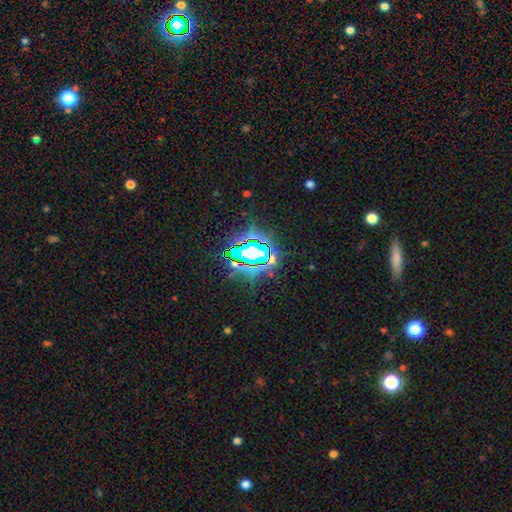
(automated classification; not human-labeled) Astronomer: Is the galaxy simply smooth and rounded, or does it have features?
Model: star or artifact — 75%.